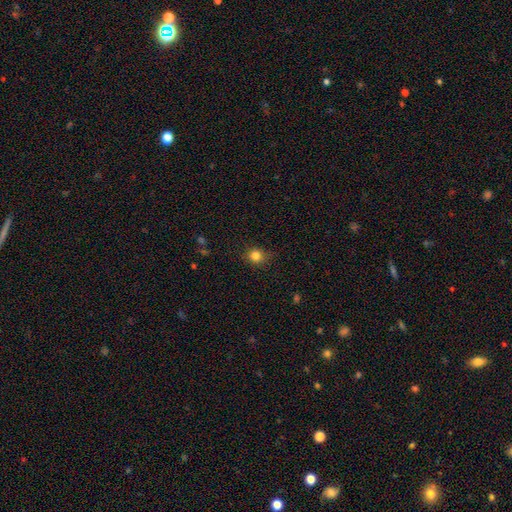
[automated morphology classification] Smooth or featured? Predicted: smooth (p=0.82). How rounded? Predicted: round (p=0.85). Merging? Predicted: none (p=0.80).